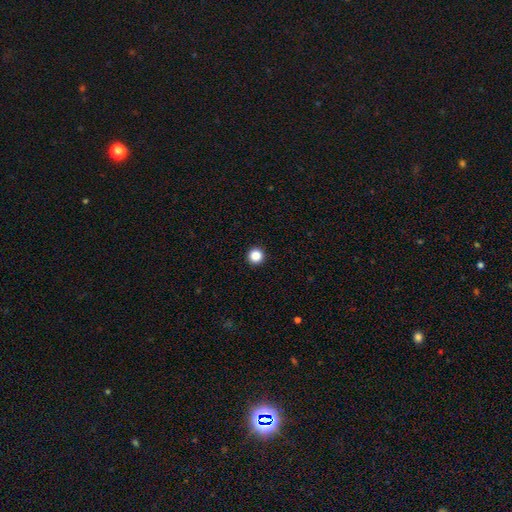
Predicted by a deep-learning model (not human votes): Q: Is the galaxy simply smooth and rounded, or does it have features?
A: smooth — 87%.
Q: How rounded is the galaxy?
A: round — 96%.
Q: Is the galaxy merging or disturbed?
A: none — 94%.